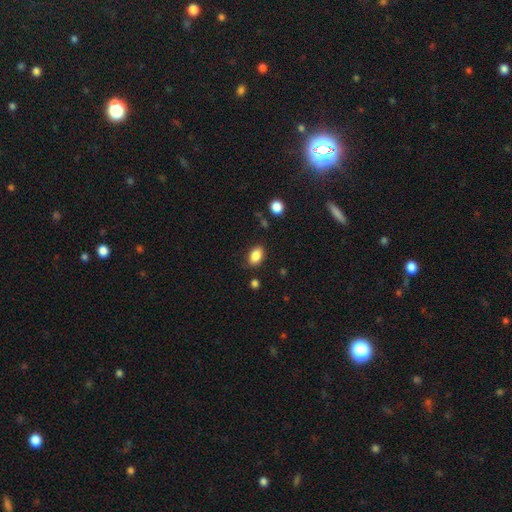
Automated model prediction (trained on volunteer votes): Smooth or featured: smooth — 86% (star or artifact — 9%)
How rounded: in between — 84% (round — 15%)
Merging: none — 82% (minor disturbance — 13%)